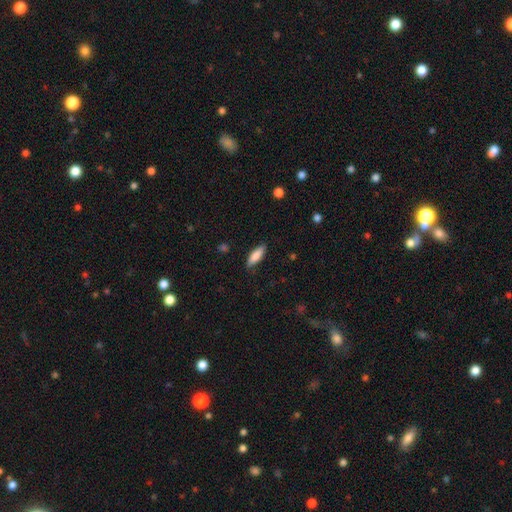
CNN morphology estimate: This appears to be a smooth galaxy with no disk features (83%) that is in between round and cigar-shaped (52%). Merging: none (84%).